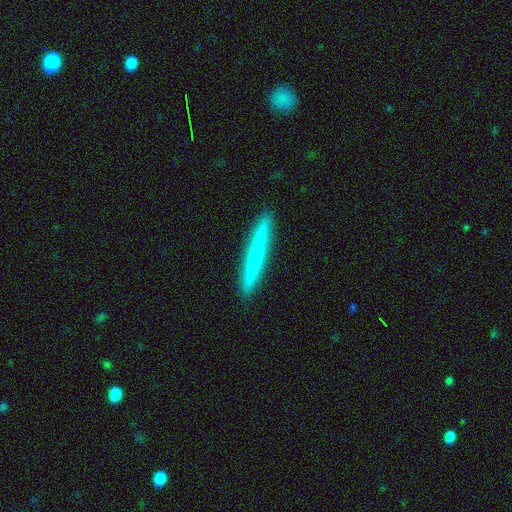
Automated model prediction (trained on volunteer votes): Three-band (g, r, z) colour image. It shows a smooth galaxy with no disk features (62%) that is cigar-shaped (97%). Merging: none (92%).